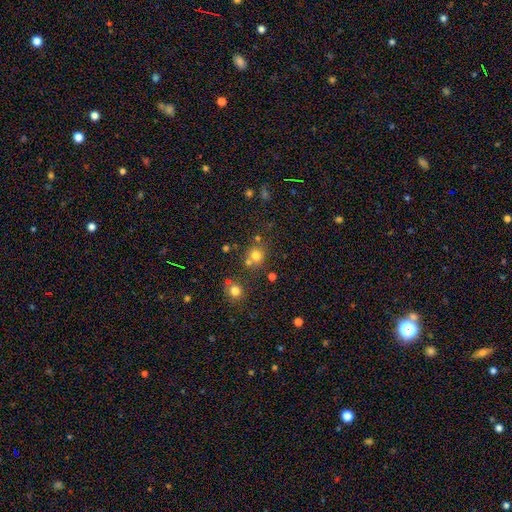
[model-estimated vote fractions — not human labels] Morphology: type=smooth (73%); roundness=round (86%); merging=none (66%).